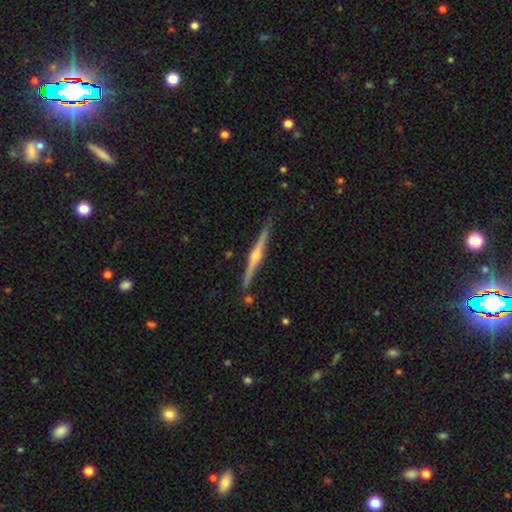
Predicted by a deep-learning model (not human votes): Smooth or featured: featured or disk — 82% (smooth — 13%)
Edge-on disk: yes — 98% (no — 2%)
Edge-on bulge: rounded — 93% (none — 4%)
Merging: none — 89% (minor disturbance — 8%)